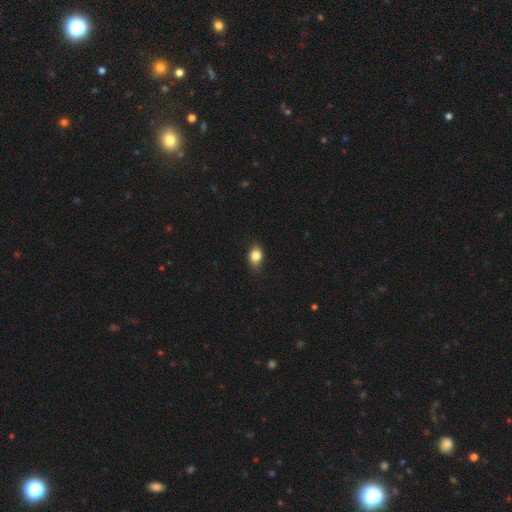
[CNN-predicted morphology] smooth-or-featured: smooth: 82% | featured or disk: 9% | star or artifact: 9%
  how-rounded: in between: 75% | round: 22% | cigar-shaped: 3%
  merging: none: 80% | minor disturbance: 16% | major disturbance: 3% | merger: 1%